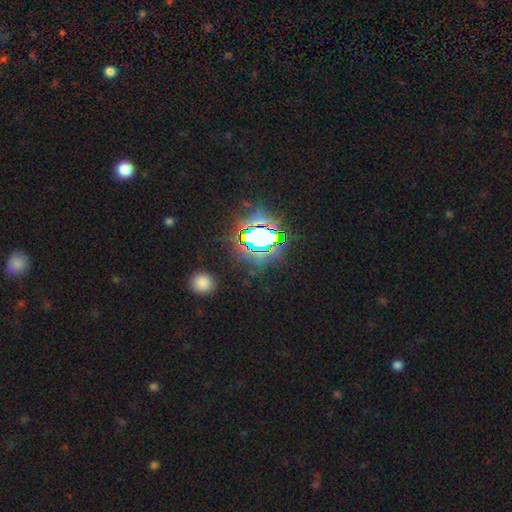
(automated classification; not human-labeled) A star or artifact, not a galaxy (83%).

Vote fractions:
- Smooth or featured? star or artifact: 83% / smooth: 10% / featured or disk: 6%